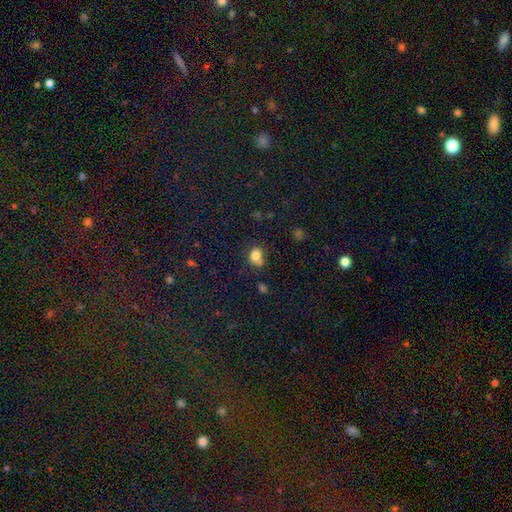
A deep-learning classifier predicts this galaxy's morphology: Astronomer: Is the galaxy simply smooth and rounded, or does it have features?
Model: smooth — 81%.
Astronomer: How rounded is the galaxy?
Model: round — 53% (runner-up: in between, 46%).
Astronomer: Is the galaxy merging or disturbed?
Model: none — 52%.